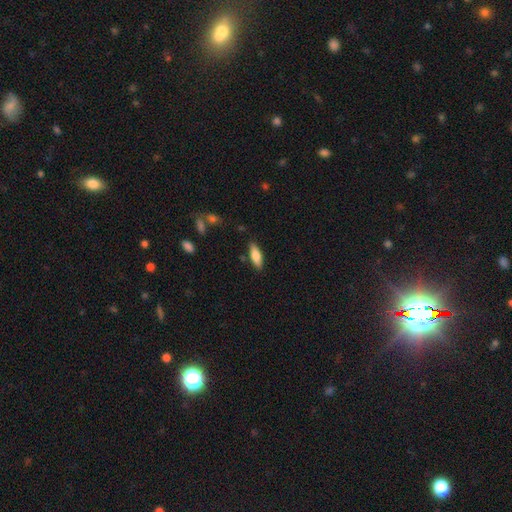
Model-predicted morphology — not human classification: A smooth galaxy with no disk features (79%) that is in between round and cigar-shaped (60%). Merging: none (85%).